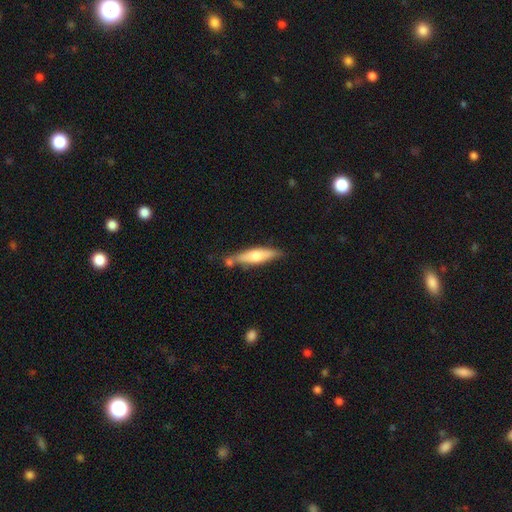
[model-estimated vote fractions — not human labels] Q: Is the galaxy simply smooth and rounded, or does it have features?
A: smooth — 53%.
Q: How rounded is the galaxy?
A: cigar-shaped — 74%.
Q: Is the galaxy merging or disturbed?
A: none — 68%.